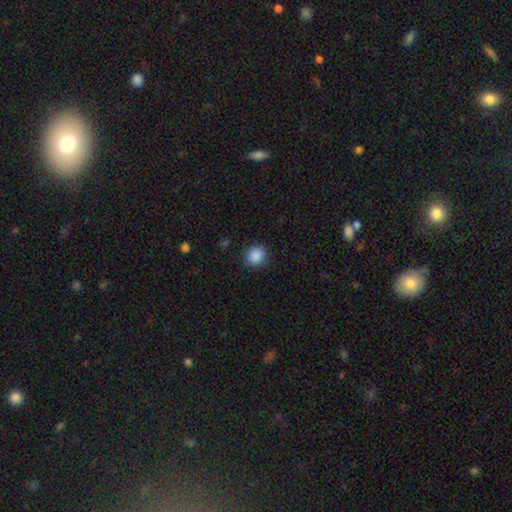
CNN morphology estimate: Smooth or featured? smooth (88%)
How rounded? round (80%)
Merging? none (88%)